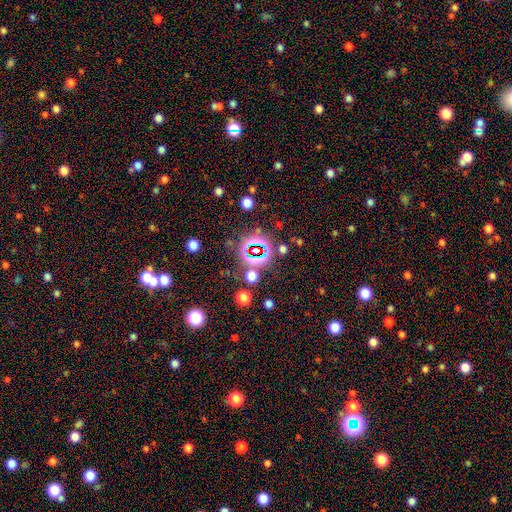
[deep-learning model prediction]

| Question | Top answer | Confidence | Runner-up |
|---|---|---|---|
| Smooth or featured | star or artifact | 67% | smooth (23%) |